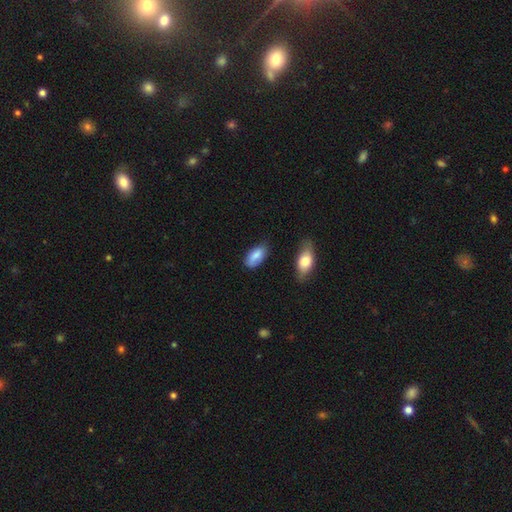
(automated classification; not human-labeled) Smooth or featured? Predicted: smooth (p=0.81). How rounded? Predicted: in between (p=0.92). Merging? Predicted: none (p=0.66).